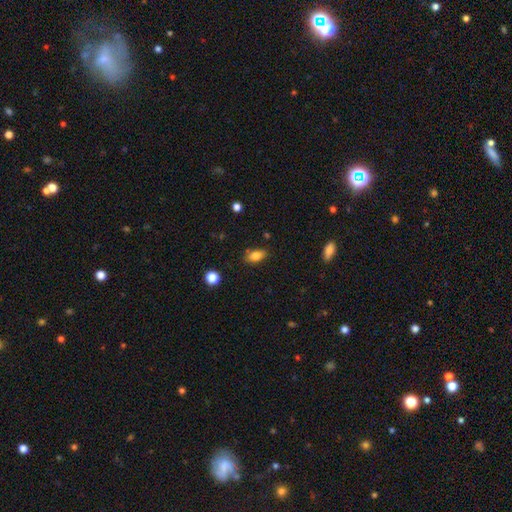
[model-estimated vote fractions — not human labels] Smooth or featured?
  - smooth: 81% *
  - star or artifact: 9%
  - featured or disk: 9%
How rounded?
  - in between: 85% *
  - round: 10%
  - cigar-shaped: 4%
Merging?
  - none: 80% *
  - minor disturbance: 15%
  - major disturbance: 3%
  - merger: 3%